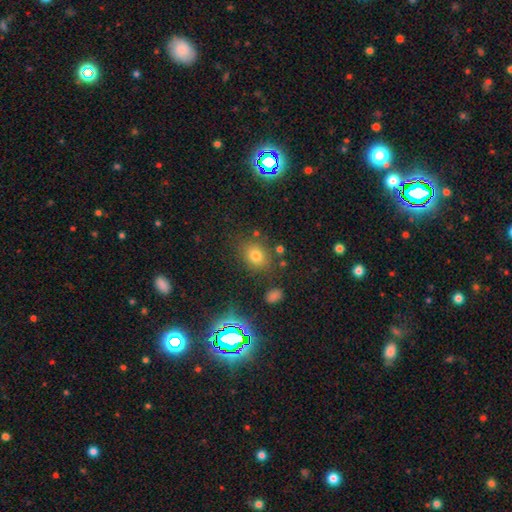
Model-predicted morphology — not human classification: Smooth or featured: smooth — 72% (star or artifact — 18%)
How rounded: round — 51% (in between — 48%)
Merging: none — 79% (minor disturbance — 12%)